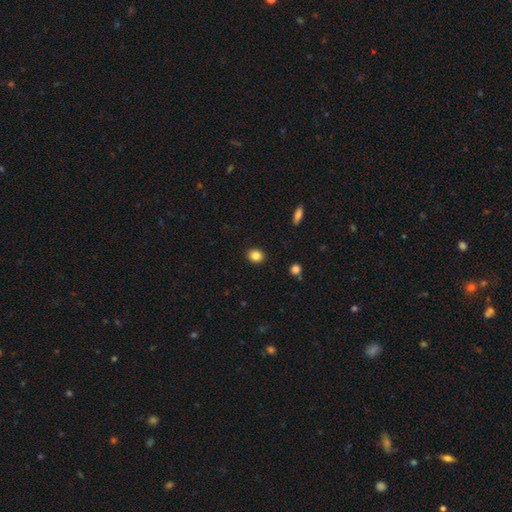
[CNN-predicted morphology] Q: Smooth or featured?
A: smooth (85%); runner-up: star or artifact (10%)
Q: How rounded?
A: round (69%); runner-up: in between (30%)
Q: Merging?
A: none (91%); runner-up: minor disturbance (6%)